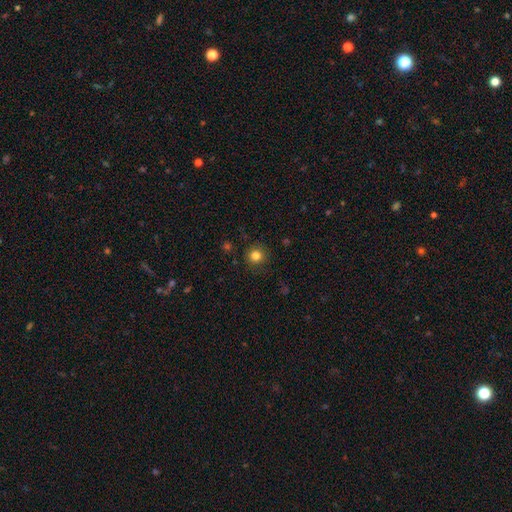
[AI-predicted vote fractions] smooth 82%, star or artifact 13%, featured or disk 5%. Down the decision tree: how rounded — round (93%); merging — none (89%).